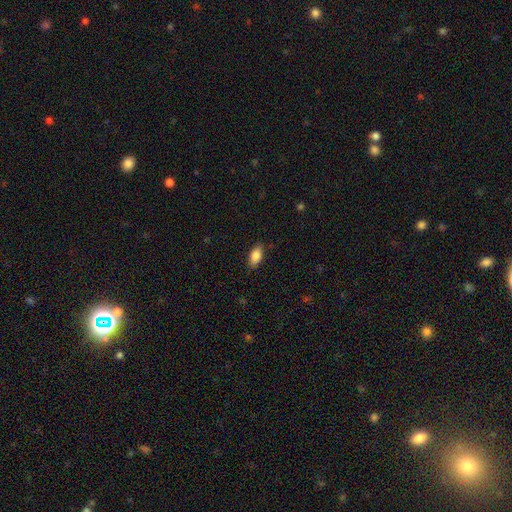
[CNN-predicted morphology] Overall: smooth (87%). How rounded: in between (90%). Merging: none (85%).